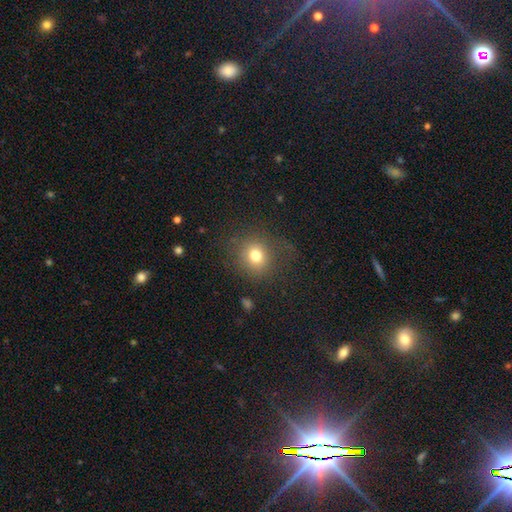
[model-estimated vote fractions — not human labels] Smooth or featured?
  - smooth: 76% *
  - star or artifact: 14%
  - featured or disk: 10%
How rounded?
  - round: 83% *
  - in between: 16%
  - cigar-shaped: 1%
Merging?
  - none: 76% *
  - minor disturbance: 13%
  - major disturbance: 9%
  - merger: 2%